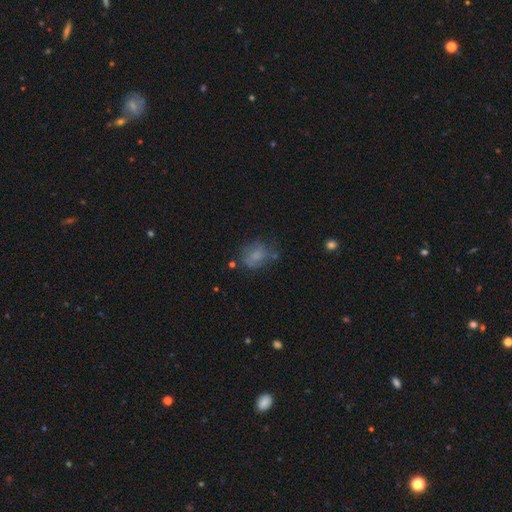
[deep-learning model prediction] A smooth galaxy with no disk features (67%) that is in between round and cigar-shaped (53%). Merging: none (56%).